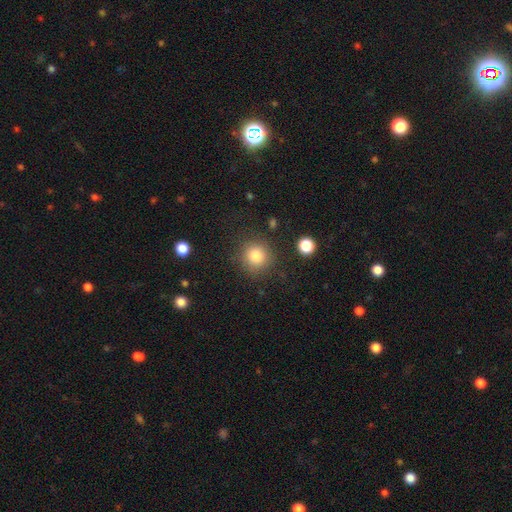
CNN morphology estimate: A smooth galaxy with no disk features (84%) that is round (91%). Merging: none (83%).